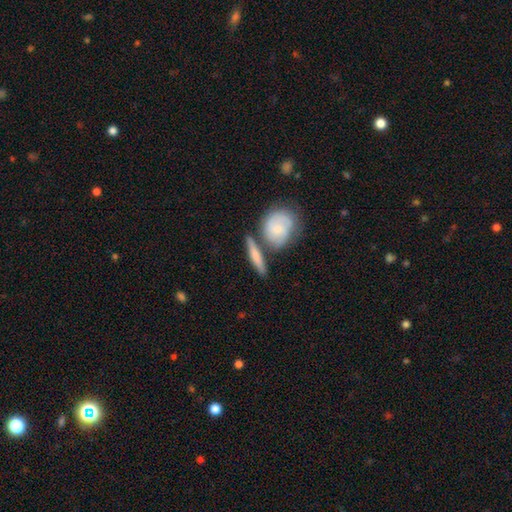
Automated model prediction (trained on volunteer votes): The model was most divided on "smooth or featured": smooth: 57%, featured or disk: 38%, star or artifact: 5%. More confident: how rounded — cigar-shaped (71%); merging — none (65%).